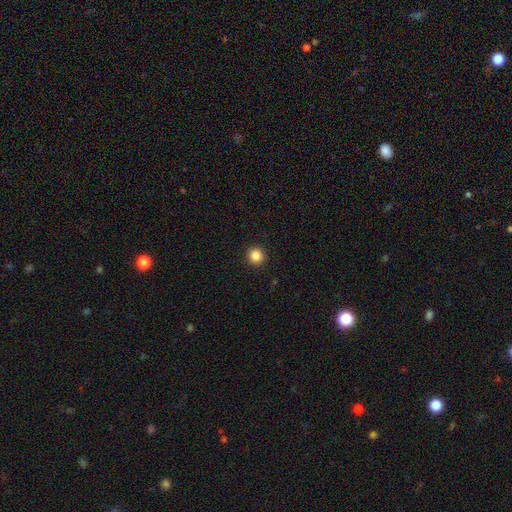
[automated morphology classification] Smooth or featured: smooth — 86% (star or artifact — 11%)
How rounded: round — 95% (in between — 4%)
Merging: none — 93% (minor disturbance — 4%)